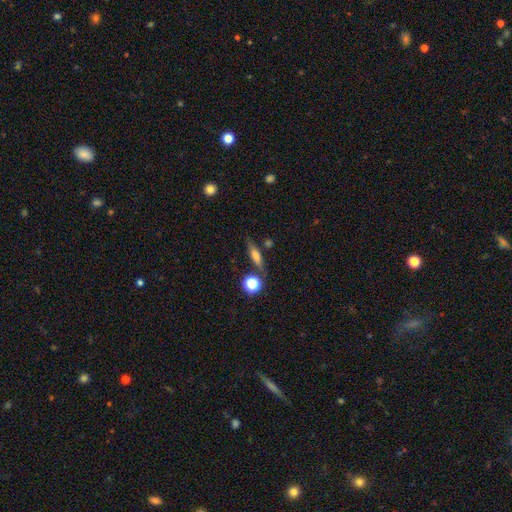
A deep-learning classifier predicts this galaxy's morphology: smooth_or_featured: smooth (p=0.54) [alt: featured or disk p=0.35]
how_rounded: cigar-shaped (p=0.61) [alt: in between p=0.30]
merging: none (p=0.74) [alt: minor disturbance p=0.13]